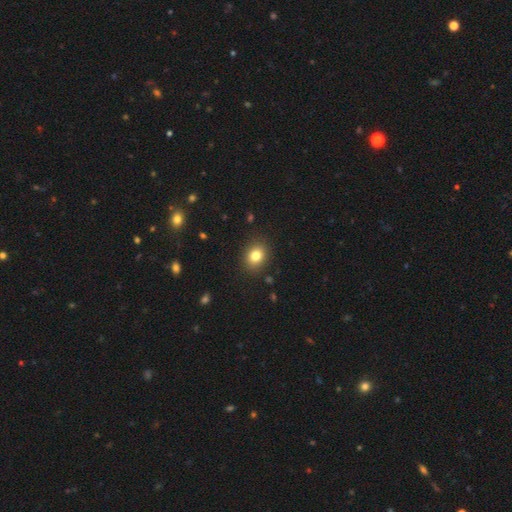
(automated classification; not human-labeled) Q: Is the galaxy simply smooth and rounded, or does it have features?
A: smooth — 81%.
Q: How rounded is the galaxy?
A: round — 56%.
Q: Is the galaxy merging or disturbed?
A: none — 88%.